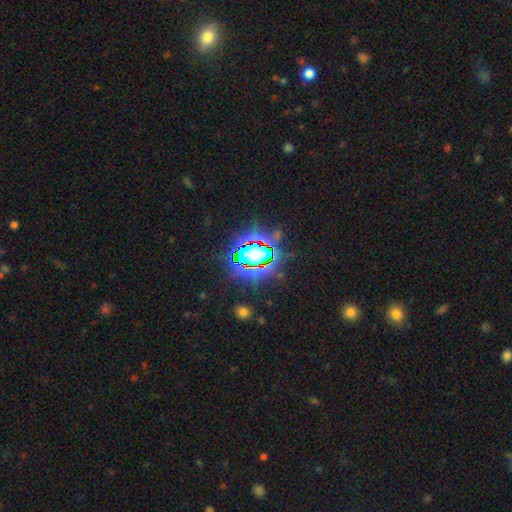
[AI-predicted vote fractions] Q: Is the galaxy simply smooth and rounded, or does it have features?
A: star or artifact — 84%.